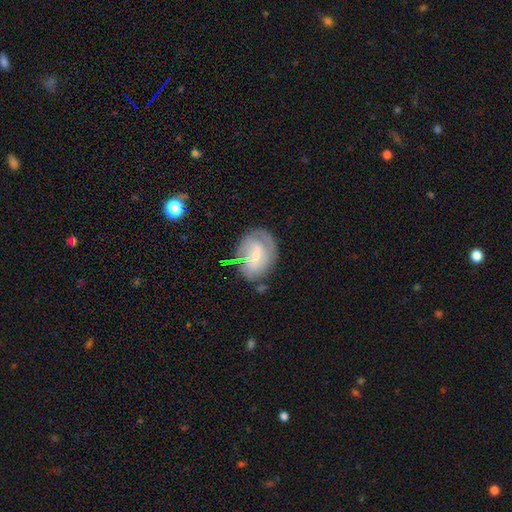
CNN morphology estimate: featured or disk 59%, smooth 34%, star or artifact 7%. Down the decision tree: edge-on disk — no (96%); bar — weak (48%); spiral arms — yes (70%); bulge size — small (61%); merging — none (55%).